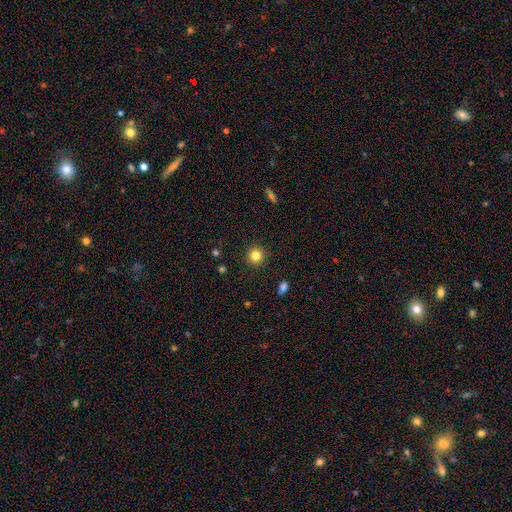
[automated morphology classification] The model was most divided on "smooth or featured": smooth: 82%, star or artifact: 12%, featured or disk: 6%. More confident: how rounded — round (94%); merging — none (91%).